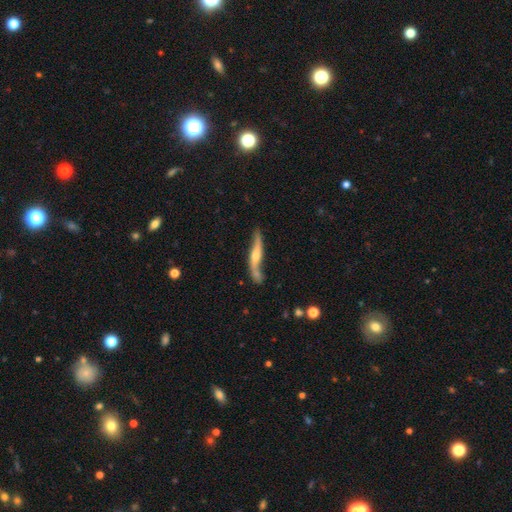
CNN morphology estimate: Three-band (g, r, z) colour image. It shows a featured or disk galaxy (74%) viewed edge-on (66%). Merging: none (64%).